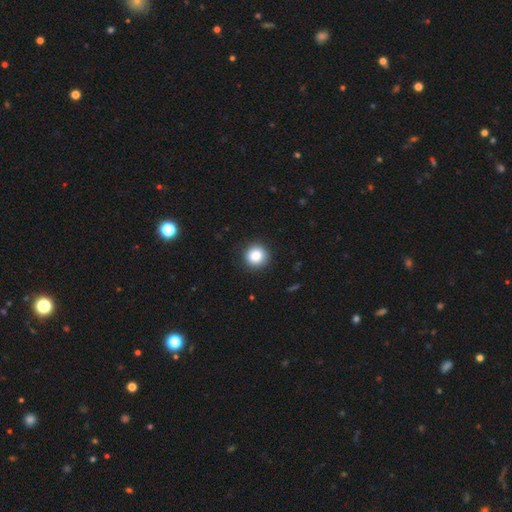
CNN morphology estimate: This appears to be a smooth galaxy with no disk features (86%) that is round (93%). Merging: none (90%).